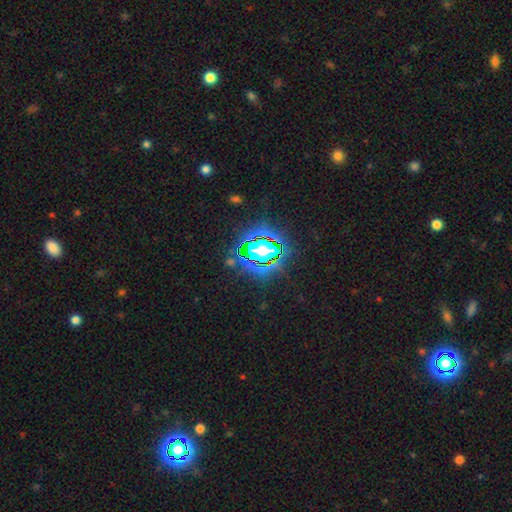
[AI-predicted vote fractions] smooth-or-featured: star or artifact: 73% | smooth: 15% | featured or disk: 11%